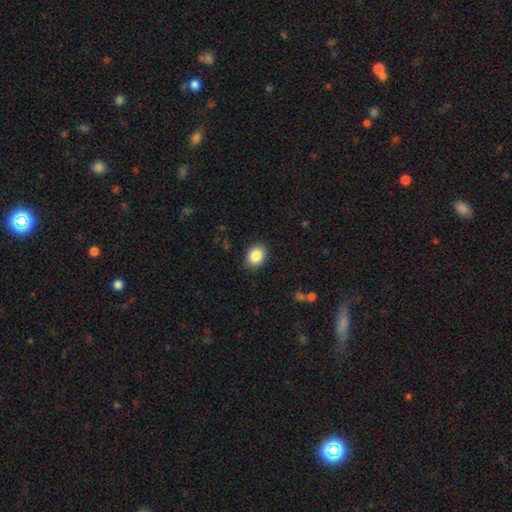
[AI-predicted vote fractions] This appears to be a smooth galaxy with no disk features (86%) that is in between round and cigar-shaped (62%). Merging: none (88%).